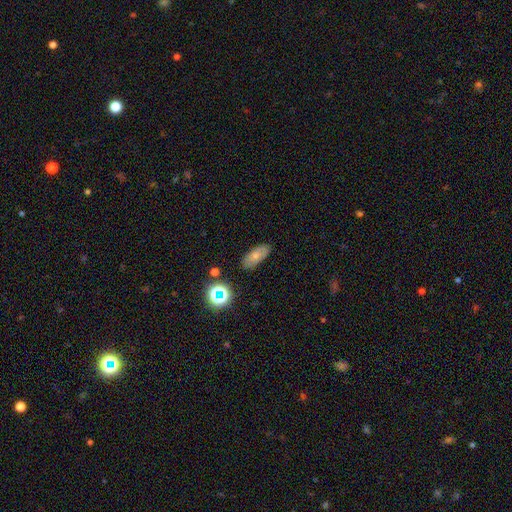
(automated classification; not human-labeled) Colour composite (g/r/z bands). It shows a smooth galaxy with no disk features (71%) that is in between round and cigar-shaped (81%). Merging: none (83%).